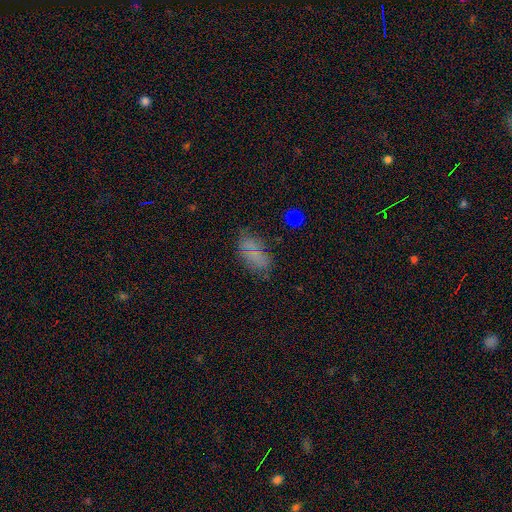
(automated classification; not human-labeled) The model was most divided on "merging": none: 57%, minor disturbance: 25%, major disturbance: 13%, merger: 5%. More confident: how rounded — in between (91%); smooth or featured — smooth (71%).